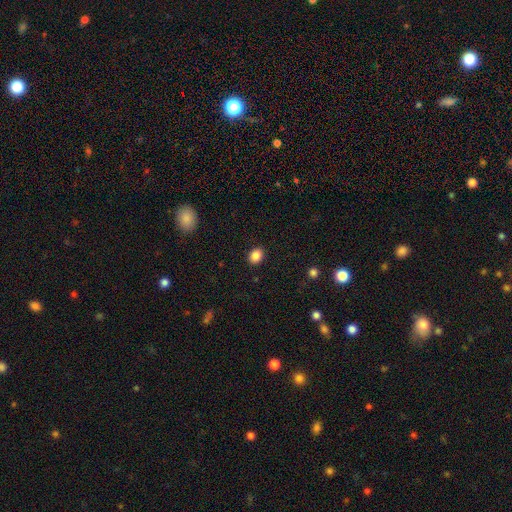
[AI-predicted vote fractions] smooth 87%, star or artifact 10%, featured or disk 3%. Down the decision tree: how rounded — in between (55%); merging — none (90%).